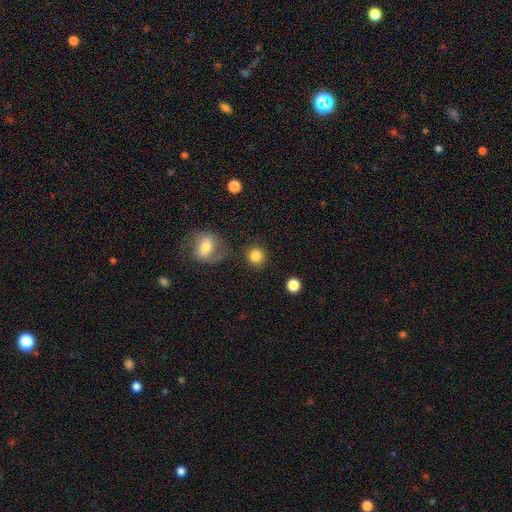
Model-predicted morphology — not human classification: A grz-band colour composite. It shows a smooth galaxy with no disk features (85%) that is round (91%). Merging: none (83%).